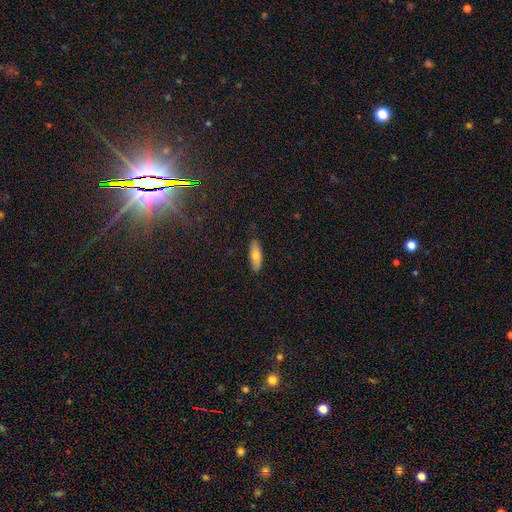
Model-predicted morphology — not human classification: Smooth or featured?
  - smooth: 71% *
  - featured or disk: 23%
  - star or artifact: 6%
How rounded?
  - in between: 53% *
  - cigar-shaped: 44%
  - round: 2%
Merging?
  - none: 88% *
  - minor disturbance: 9%
  - major disturbance: 2%
  - merger: 1%